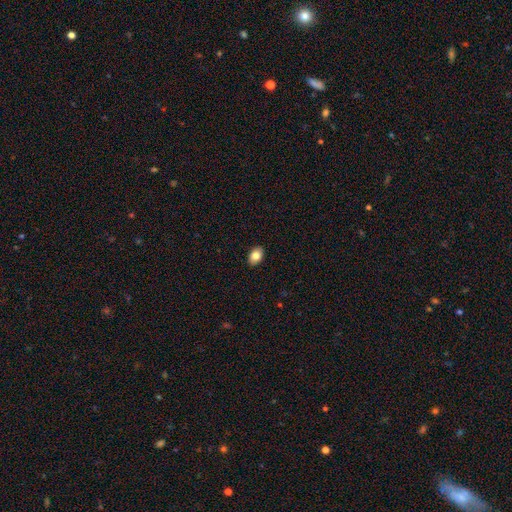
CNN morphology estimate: smooth_or_featured: smooth (p=0.83) [alt: featured or disk p=0.09]
how_rounded: in between (p=0.85) [alt: round p=0.13]
merging: none (p=0.90) [alt: minor disturbance p=0.07]